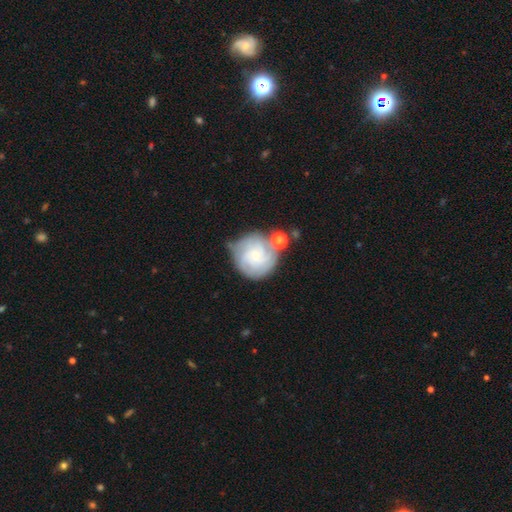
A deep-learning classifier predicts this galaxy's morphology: The model was most divided on "spiral arm count": can't tell: 30%, 3: 27%, 4: 20%, 2: 13%, more than 4: 6%, 1: 5%. More confident: edge-on disk — no (98%); spiral arms — yes (93%); bar — no (73%); bulge size — small (70%); smooth or featured — featured or disk (70%); spiral winding — tight (68%); merging — none (57%).